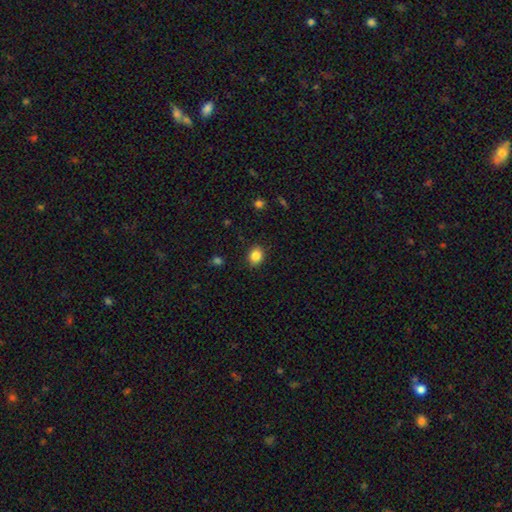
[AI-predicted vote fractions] A smooth galaxy with no disk features (85%) that is round (60%). Merging: none (88%).